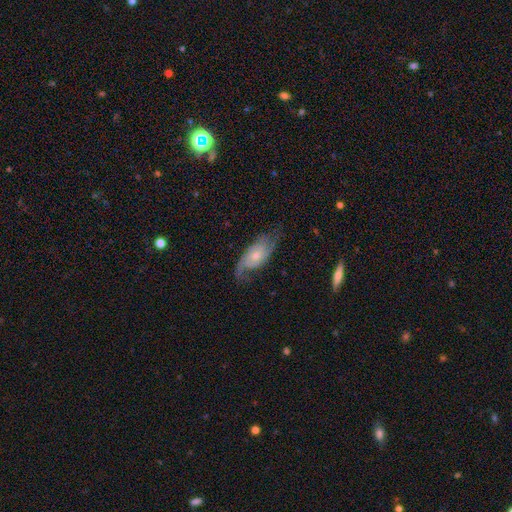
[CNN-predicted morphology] Smooth or featured: featured or disk — 72% (smooth — 22%)
Edge-on disk: no — 91% (yes — 9%)
Bar: no — 73% (weak — 23%)
Spiral arms: yes — 91% (no — 9%)
Spiral winding: loose — 40% (medium — 39%)
Spiral arm count: 2 — 74% (can't tell — 12%)
Bulge size: small — 52% (moderate — 41%)
Merging: none — 63% (minor disturbance — 22%)